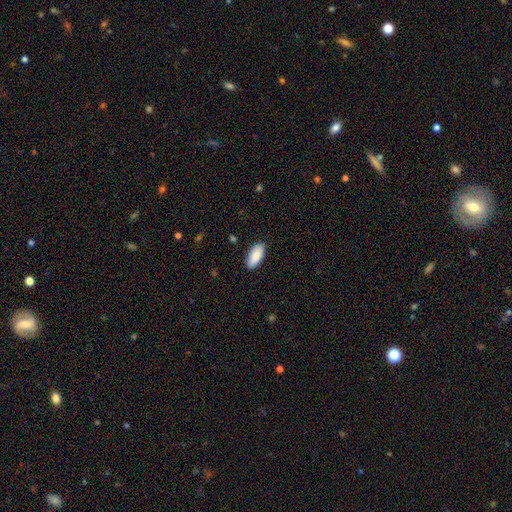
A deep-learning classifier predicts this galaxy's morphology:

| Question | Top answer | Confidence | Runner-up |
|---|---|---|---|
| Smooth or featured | smooth | 87% | featured or disk (7%) |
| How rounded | in between | 88% | cigar-shaped (11%) |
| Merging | none | 88% | minor disturbance (9%) |